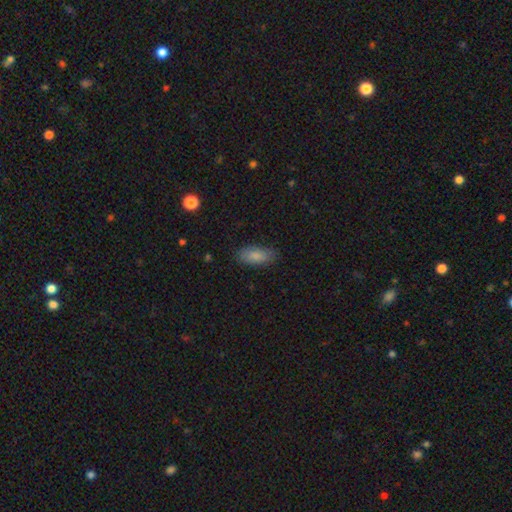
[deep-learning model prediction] smooth-or-featured: smooth: 86% | featured or disk: 8% | star or artifact: 6%
  how-rounded: in between: 89% | cigar-shaped: 9% | round: 2%
  merging: none: 82% | minor disturbance: 13% | major disturbance: 3% | merger: 1%